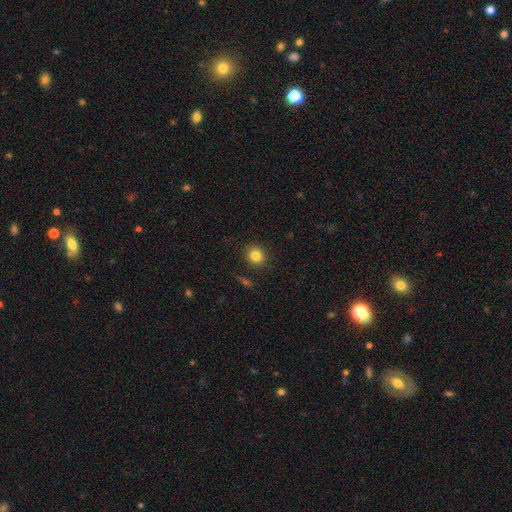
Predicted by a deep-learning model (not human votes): Morphology: type=smooth (83%); roundness=round (81%); merging=none (88%).